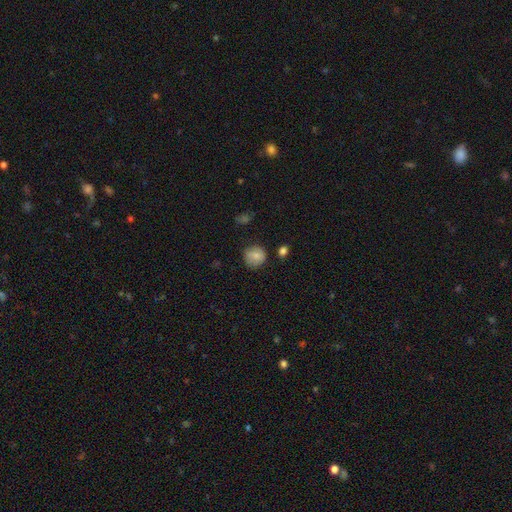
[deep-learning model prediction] Morphology: type=smooth (79%); roundness=round (89%); merging=none (75%).